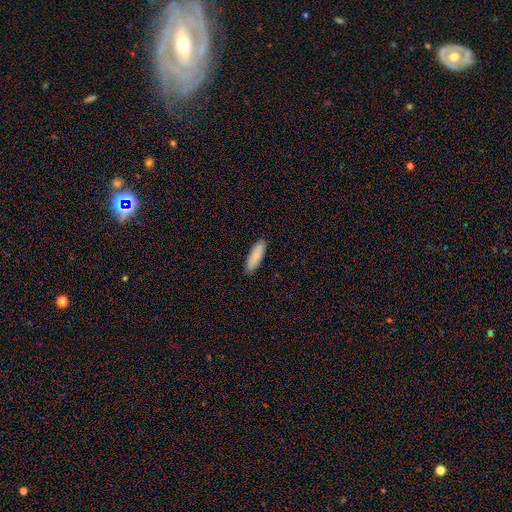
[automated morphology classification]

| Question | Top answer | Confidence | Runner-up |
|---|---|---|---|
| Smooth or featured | smooth | 88% | featured or disk (7%) |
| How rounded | in between | 54% | cigar-shaped (44%) |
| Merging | none | 89% | minor disturbance (8%) |